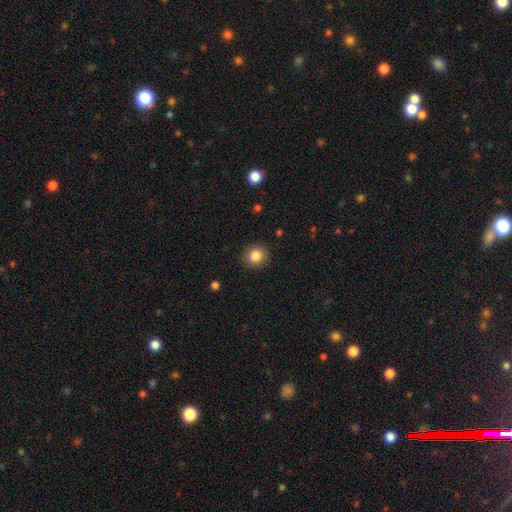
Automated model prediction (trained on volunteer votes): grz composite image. It shows a smooth galaxy with no disk features (85%) that is round (85%). Merging: none (88%).